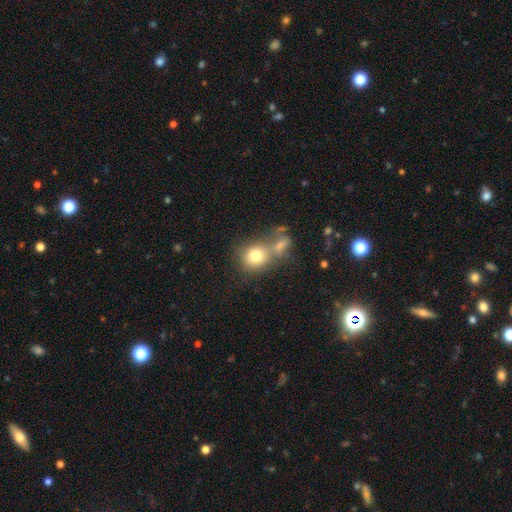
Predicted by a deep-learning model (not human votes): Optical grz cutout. It shows a smooth galaxy with no disk features (77%) that is round (75%). Merging: merger (42%).